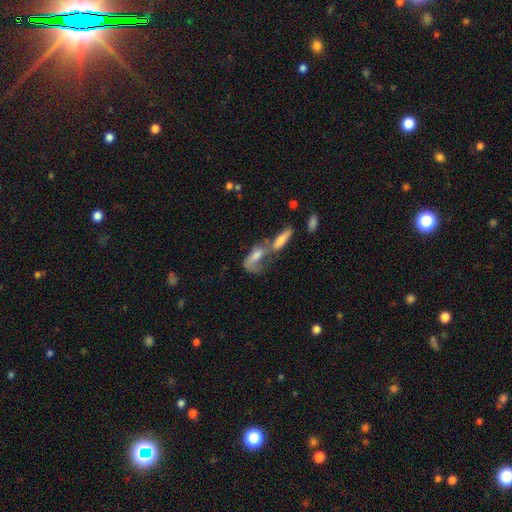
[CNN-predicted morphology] Smooth or featured? Predicted: smooth (p=0.54). How rounded? Predicted: in between (p=0.65). Merging? Predicted: merger (p=0.60).